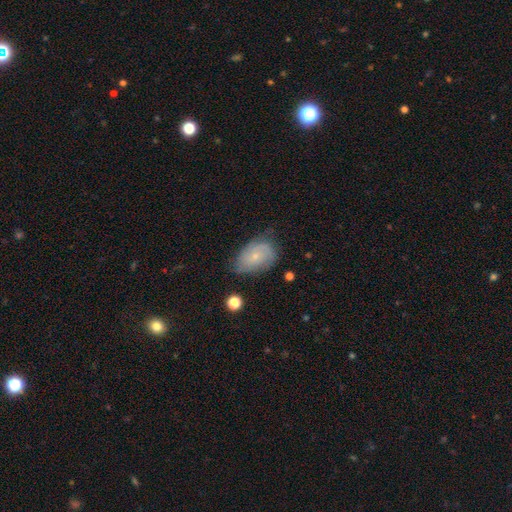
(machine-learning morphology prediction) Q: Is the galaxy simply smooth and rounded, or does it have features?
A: featured or disk — 49%.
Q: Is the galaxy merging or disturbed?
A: none — 55%.